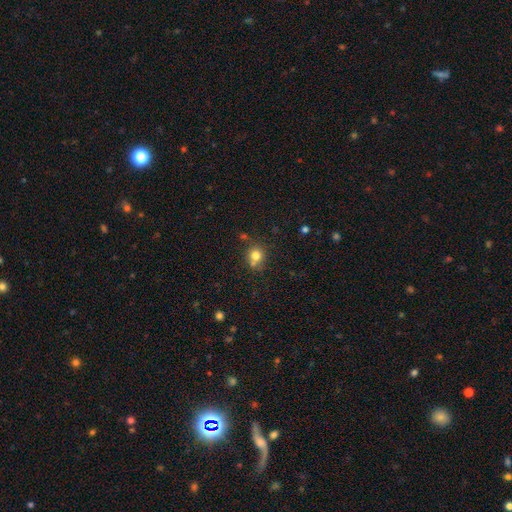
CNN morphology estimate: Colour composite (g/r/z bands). It shows a smooth galaxy with no disk features (77%) that is round (82%). Merging: none (60%).